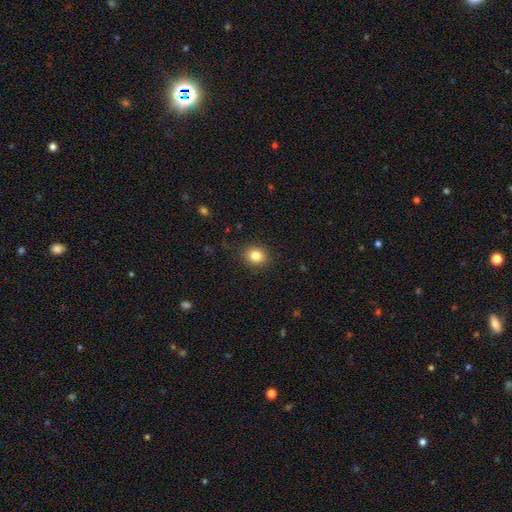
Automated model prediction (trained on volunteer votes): This appears to be a smooth galaxy with no disk features (83%) that is round (68%). Merging: none (88%).